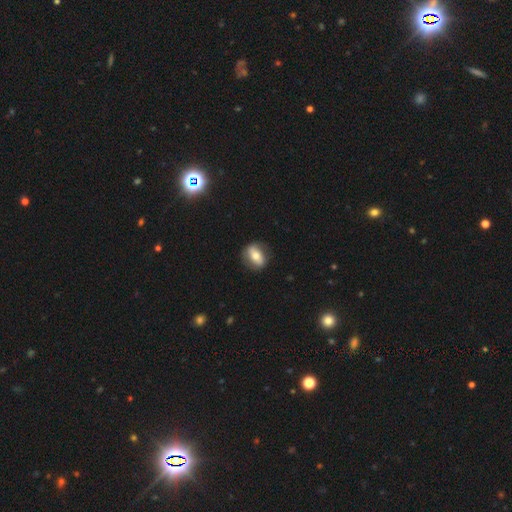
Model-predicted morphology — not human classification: Smooth or featured? Predicted: smooth (p=0.56). How rounded? Predicted: in between (p=0.67). Merging? Predicted: none (p=0.80).